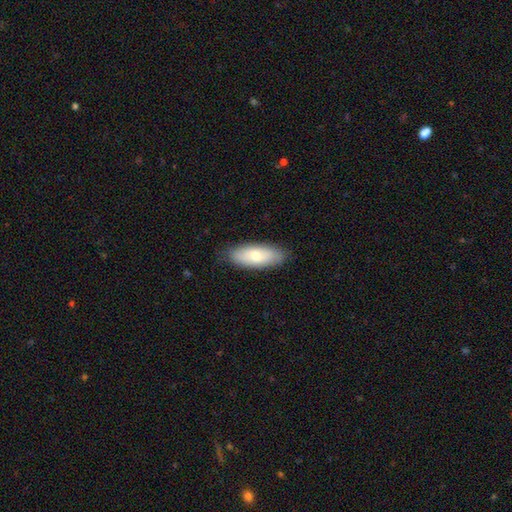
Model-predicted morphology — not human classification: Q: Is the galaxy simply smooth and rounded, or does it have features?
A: smooth — 70%.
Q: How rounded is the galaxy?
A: in between — 78%.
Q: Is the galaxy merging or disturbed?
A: none — 85%.